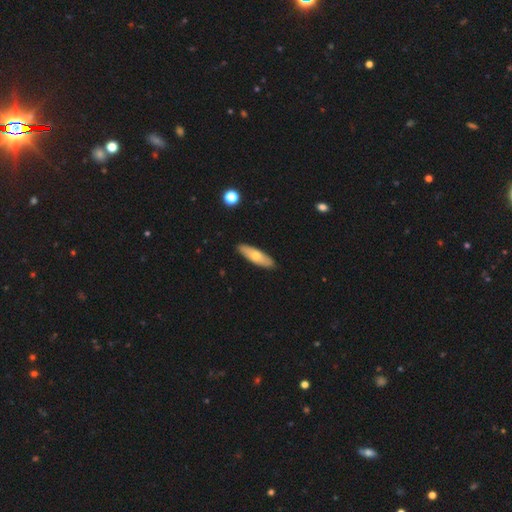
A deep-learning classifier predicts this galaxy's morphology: Overall: smooth (65%; featured or disk 30%). How rounded: cigar-shaped (55%; in between 43%). Merging: none (90%).